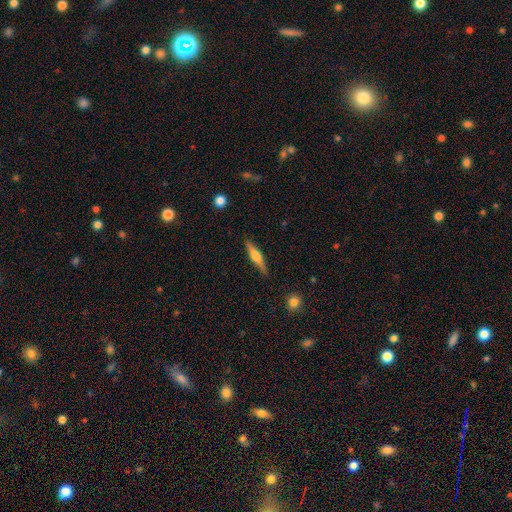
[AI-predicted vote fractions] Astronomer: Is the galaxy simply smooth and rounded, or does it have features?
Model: featured or disk — 61%.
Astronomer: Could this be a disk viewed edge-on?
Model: yes — 97%.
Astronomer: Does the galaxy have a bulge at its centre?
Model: rounded — 86%.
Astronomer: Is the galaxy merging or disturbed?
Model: none — 89%.